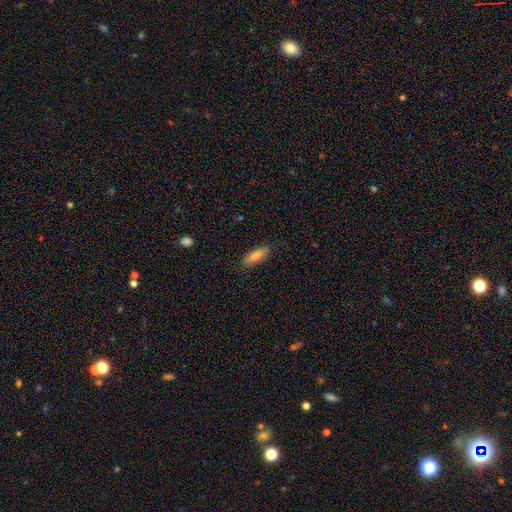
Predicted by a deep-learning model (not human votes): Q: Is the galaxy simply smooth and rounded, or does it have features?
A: smooth — 77%.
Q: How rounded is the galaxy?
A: in between — 64%.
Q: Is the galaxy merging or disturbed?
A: none — 84%.